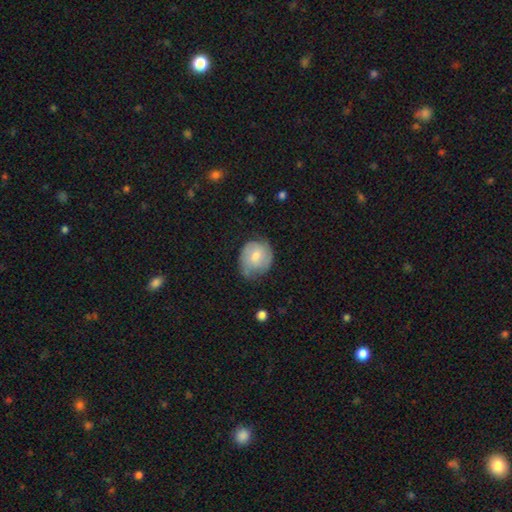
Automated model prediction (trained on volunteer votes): This is likely a smooth galaxy (60%). How rounded: likely round (74%). Merging: possibly none (50%).